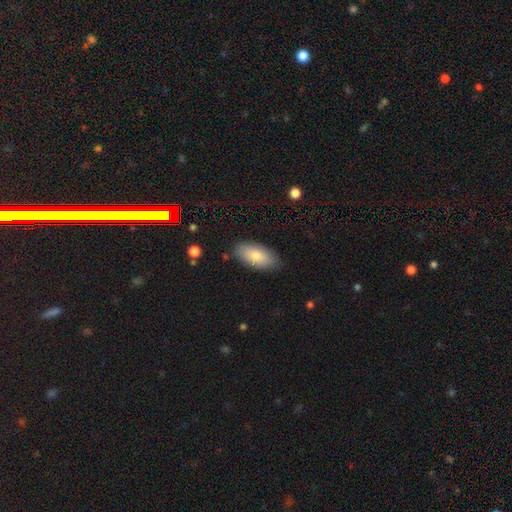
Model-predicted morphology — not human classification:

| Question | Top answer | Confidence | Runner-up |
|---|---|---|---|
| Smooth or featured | smooth | 77% | featured or disk (16%) |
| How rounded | in between | 91% | cigar-shaped (6%) |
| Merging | none | 84% | minor disturbance (12%) |